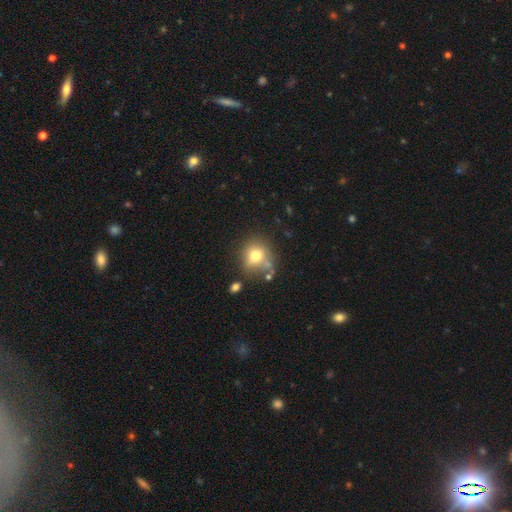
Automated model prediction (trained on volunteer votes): smooth-or-featured: smooth: 71% | featured or disk: 17% | star or artifact: 12%
  how-rounded: round: 72% | in between: 27% | cigar-shaped: 1%
  merging: none: 57% | minor disturbance: 21% | merger: 12% | major disturbance: 10%